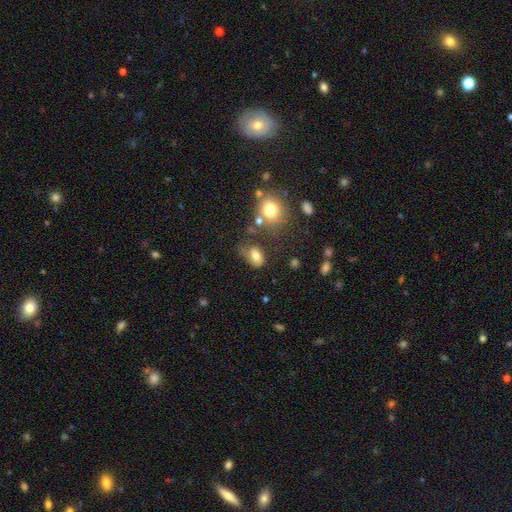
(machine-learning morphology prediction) Smooth or featured? Predicted: smooth (p=0.72). How rounded? Predicted: in between (p=0.82). Merging? Predicted: none (p=0.39).